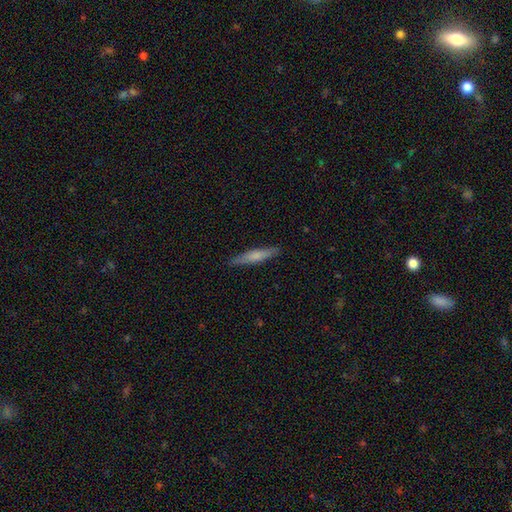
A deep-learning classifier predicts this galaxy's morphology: A smooth galaxy with no disk features (61%) that is cigar-shaped (90%). Merging: none (89%).